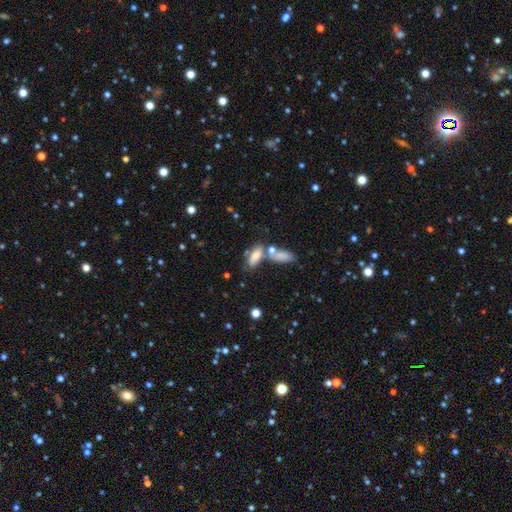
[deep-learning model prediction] This appears to be a smooth galaxy with no disk features (72%) that is in between round and cigar-shaped (80%). Merging: none (40%).